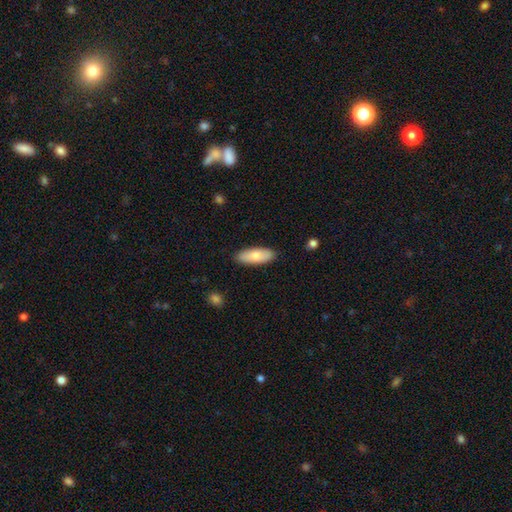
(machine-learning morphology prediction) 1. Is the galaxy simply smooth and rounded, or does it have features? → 78% smooth, 17% featured or disk, 6% star or artifact.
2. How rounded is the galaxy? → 74% in between, 24% cigar-shaped, 2% round.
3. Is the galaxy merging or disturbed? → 87% none, 9% minor disturbance, 2% major disturbance, 1% merger.